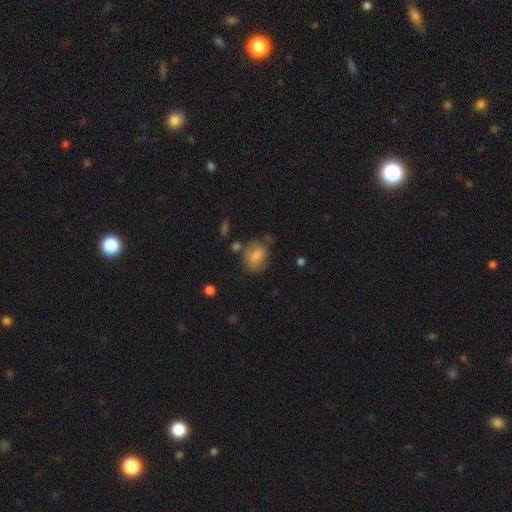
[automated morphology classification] Overall: smooth (70%). How rounded: in between (52%; round 47%). Merging: none (55%; minor disturbance 26%).